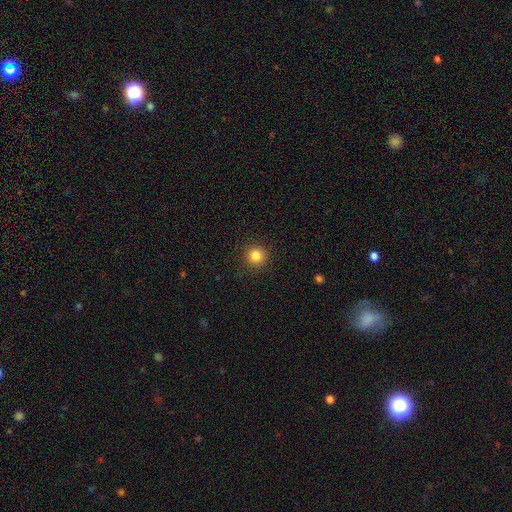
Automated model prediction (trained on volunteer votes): Q: Smooth or featured?
A: smooth (84%); runner-up: star or artifact (12%)
Q: How rounded?
A: round (95%); runner-up: in between (4%)
Q: Merging?
A: none (92%); runner-up: minor disturbance (5%)